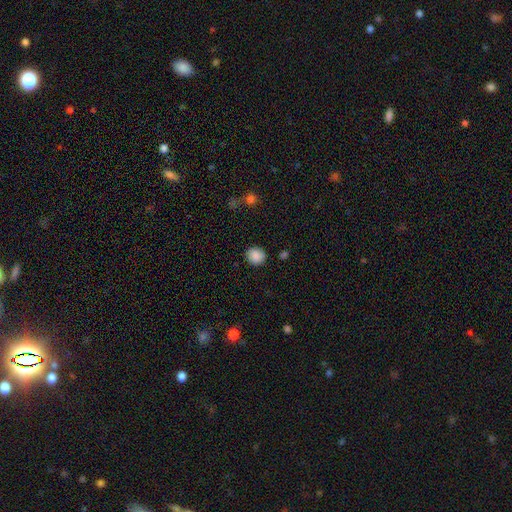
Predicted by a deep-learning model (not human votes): This appears to be a smooth galaxy with no disk features (88%) that is round (76%). Merging: none (87%).